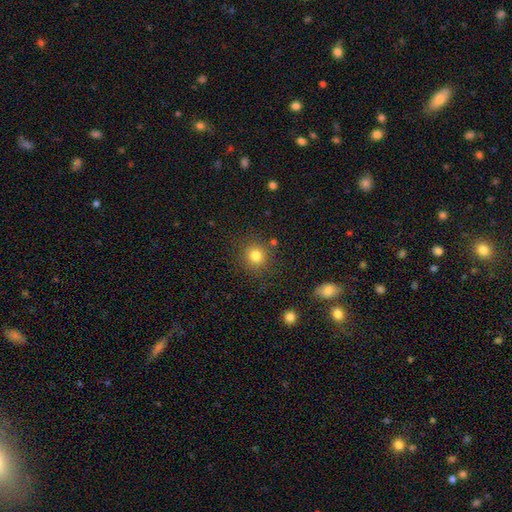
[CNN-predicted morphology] A smooth galaxy with no disk features (80%) that is round (90%). Merging: none (84%).